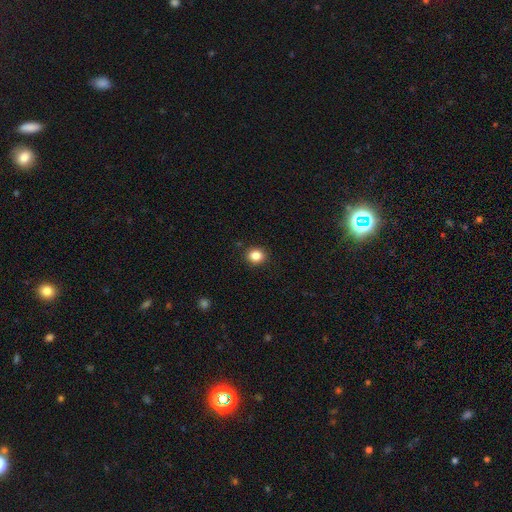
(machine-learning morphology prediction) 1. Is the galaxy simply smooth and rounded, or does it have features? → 85% smooth, 11% star or artifact, 4% featured or disk.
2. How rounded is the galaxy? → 77% round, 22% in between, 1% cigar-shaped.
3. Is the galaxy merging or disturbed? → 90% none, 7% minor disturbance, 2% major disturbance, 1% merger.